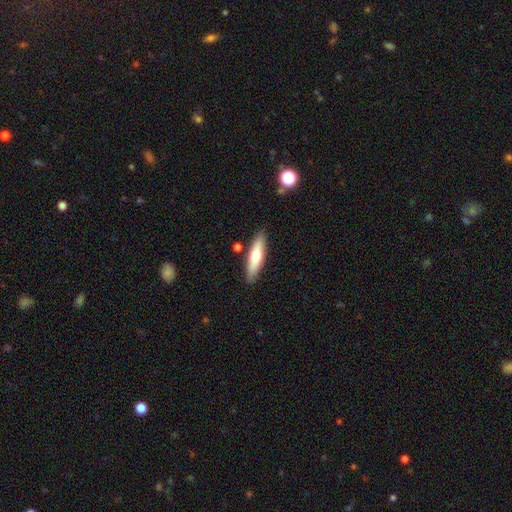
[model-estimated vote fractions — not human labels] Morphology: type=smooth (66%); roundness=cigar-shaped (72%); merging=none (85%).